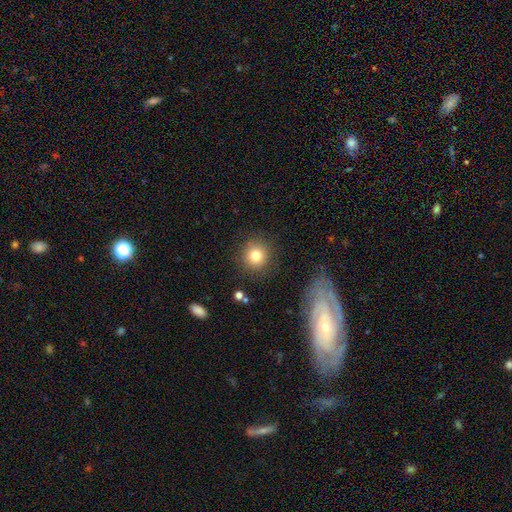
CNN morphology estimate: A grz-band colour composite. It shows a smooth galaxy with no disk features (80%) that is round (91%). Merging: none (87%).